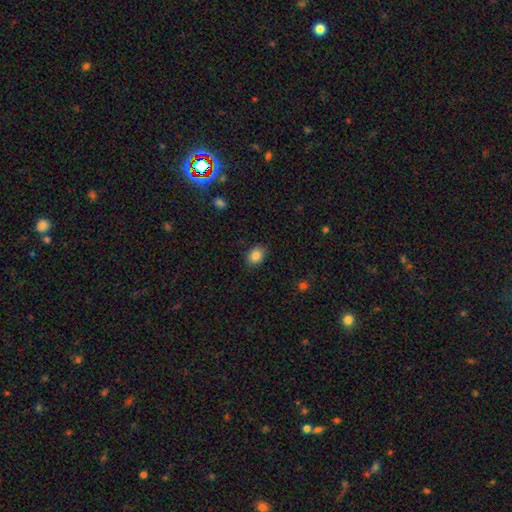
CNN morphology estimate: Smooth or featured? Predicted: smooth (p=0.86). How rounded? Predicted: in between (p=0.68). Merging? Predicted: none (p=0.86).